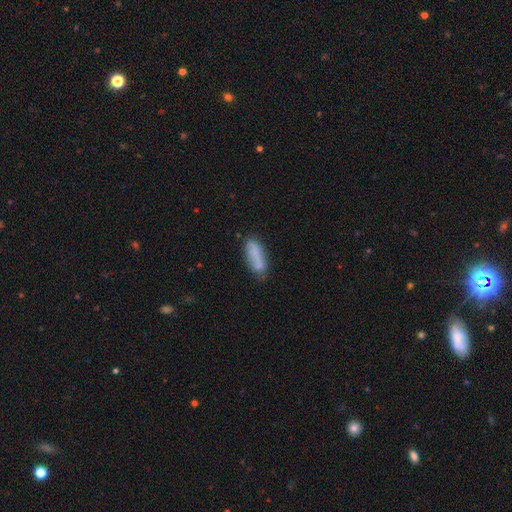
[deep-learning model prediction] smooth-or-featured: smooth: 78% | featured or disk: 15% | star or artifact: 8%
  how-rounded: in between: 56% | cigar-shaped: 42% | round: 2%
  merging: none: 65% | minor disturbance: 22% | merger: 7% | major disturbance: 6%